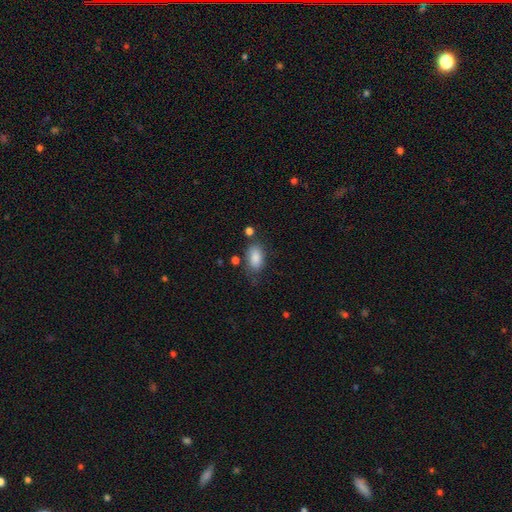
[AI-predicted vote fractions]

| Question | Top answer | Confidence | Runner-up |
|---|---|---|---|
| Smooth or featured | smooth | 85% | star or artifact (8%) |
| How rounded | in between | 90% | round (9%) |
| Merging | none | 66% | minor disturbance (22%) |